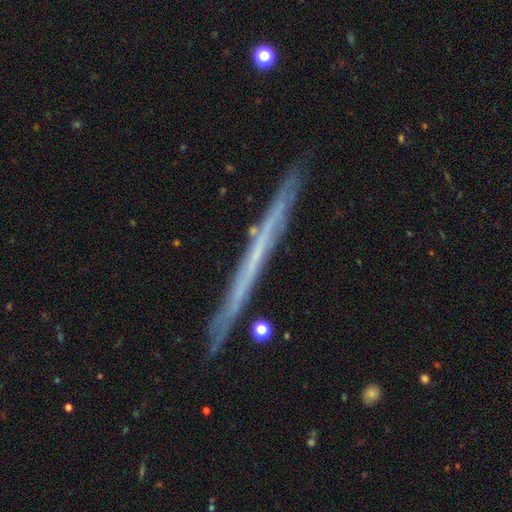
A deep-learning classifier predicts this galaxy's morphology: featured or disk 60%, smooth 33%, star or artifact 7%. Down the decision tree: edge-on disk — yes (97%); edge-on bulge — none (93%); merging — none (89%).